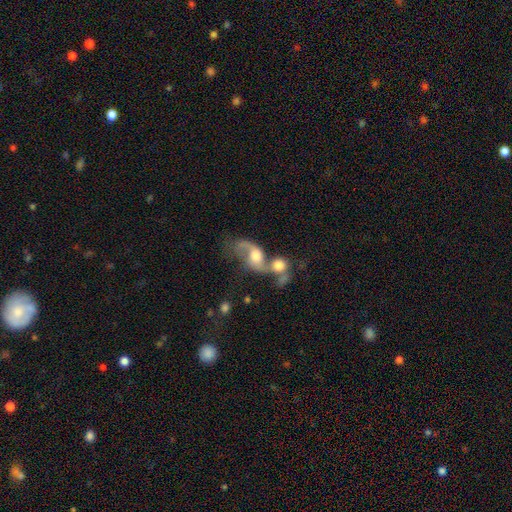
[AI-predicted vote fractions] Q: Smooth or featured?
A: featured or disk (69%); runner-up: smooth (23%)
Q: Edge-on disk?
A: no (95%); runner-up: yes (5%)
Q: Bar?
A: no (62%); runner-up: weak (30%)
Q: Spiral arms?
A: yes (86%); runner-up: no (14%)
Q: Spiral winding?
A: loose (73%); runner-up: medium (22%)
Q: Spiral arm count?
A: 2 (81%); runner-up: 1 (12%)
Q: Bulge size?
A: moderate (62%); runner-up: large (17%)
Q: Merging?
A: merger (63%); runner-up: none (17%)